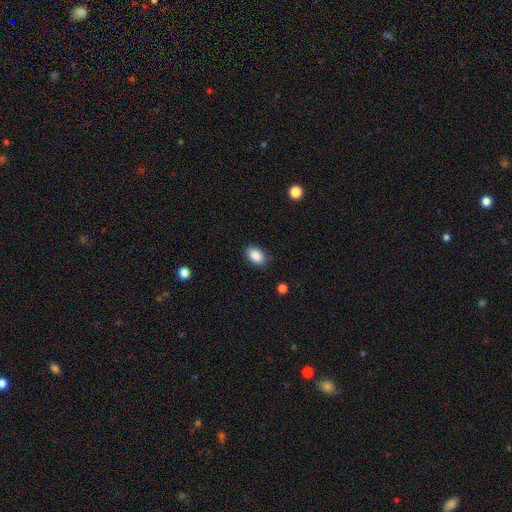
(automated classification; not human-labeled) smooth-or-featured: smooth: 89% | star or artifact: 7% | featured or disk: 4%
  how-rounded: in between: 88% | round: 11% | cigar-shaped: 1%
  merging: none: 85% | minor disturbance: 11% | major disturbance: 3% | merger: 1%